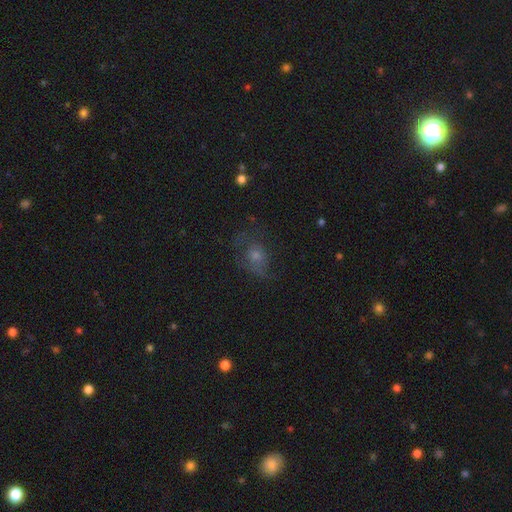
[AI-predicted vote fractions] A featured or disk galaxy (38%).

Vote fractions:
- Smooth or featured? featured or disk: 38% / smooth: 37% / star or artifact: 25%
- Merging? none: 56% / minor disturbance: 21% / major disturbance: 21% / merger: 2%